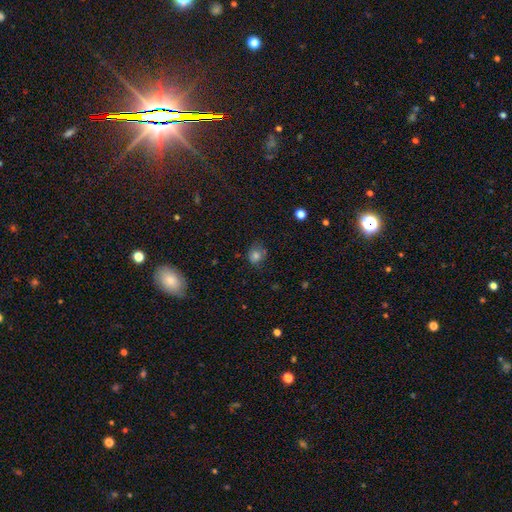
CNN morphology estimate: A smooth galaxy with no disk features (79%) that is round (74%). Merging: none (67%).